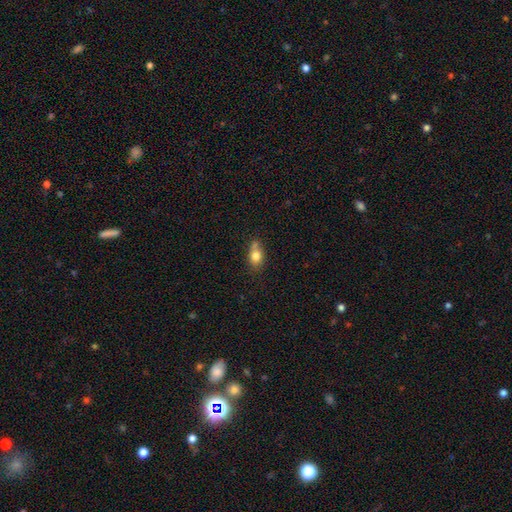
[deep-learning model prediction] Smooth or featured? Predicted: smooth (p=0.78). How rounded? Predicted: in between (p=0.64). Merging? Predicted: none (p=0.47).